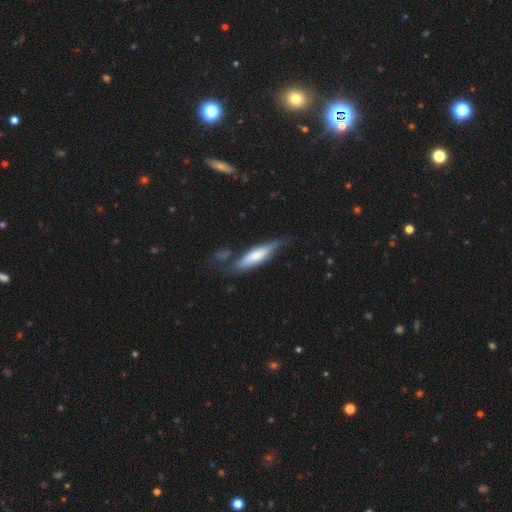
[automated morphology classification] Smooth or featured: smooth — 57% (featured or disk — 37%)
How rounded: cigar-shaped — 68% (in between — 30%)
Merging: none — 56% (minor disturbance — 26%)